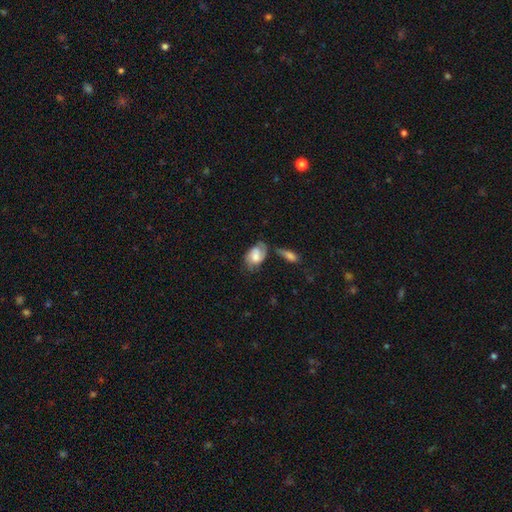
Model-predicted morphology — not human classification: Smooth or featured? Predicted: featured or disk (p=0.54). Edge-on disk? Predicted: no (p=0.95). Bar? Predicted: no (p=0.57). Spiral arms? Predicted: yes (p=0.87). Bulge size? Predicted: moderate (p=0.39). Merging? Predicted: none (p=0.45).